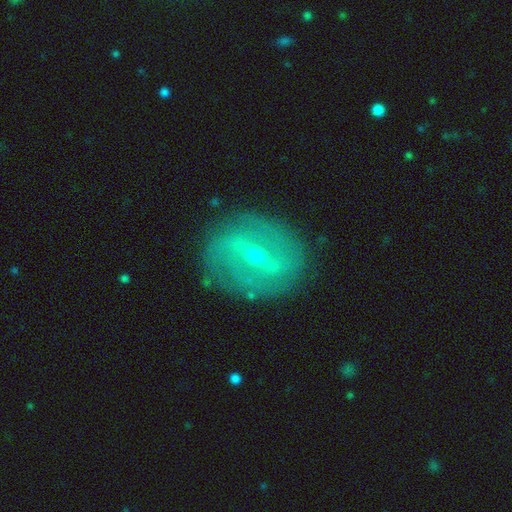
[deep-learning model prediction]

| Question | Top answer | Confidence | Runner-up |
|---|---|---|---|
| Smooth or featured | featured or disk | 81% | smooth (13%) |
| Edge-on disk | no | 90% | yes (10%) |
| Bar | strong | 56% | weak (32%) |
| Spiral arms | yes | 61% | no (39%) |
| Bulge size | small | 59% | moderate (38%) |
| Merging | none | 83% | minor disturbance (11%) |